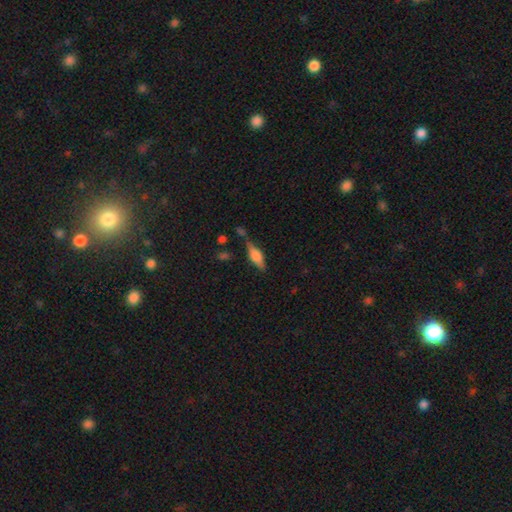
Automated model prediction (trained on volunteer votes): smooth_or_featured: smooth (p=0.62) [alt: featured or disk p=0.30]
how_rounded: in between (p=0.61) [alt: cigar-shaped p=0.36]
merging: none (p=0.60) [alt: minor disturbance p=0.23]